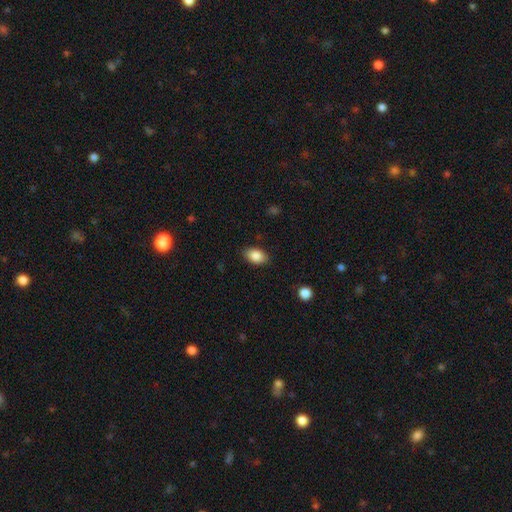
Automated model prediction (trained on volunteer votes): Smooth or featured: smooth — 87% (star or artifact — 8%)
How rounded: in between — 89% (round — 9%)
Merging: none — 86% (minor disturbance — 10%)